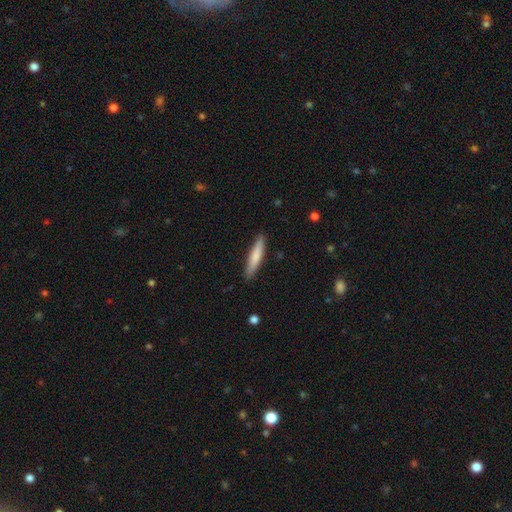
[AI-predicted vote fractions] Q: Smooth or featured?
A: smooth (76%); runner-up: featured or disk (19%)
Q: How rounded?
A: cigar-shaped (90%); runner-up: in between (9%)
Q: Merging?
A: none (89%); runner-up: minor disturbance (8%)